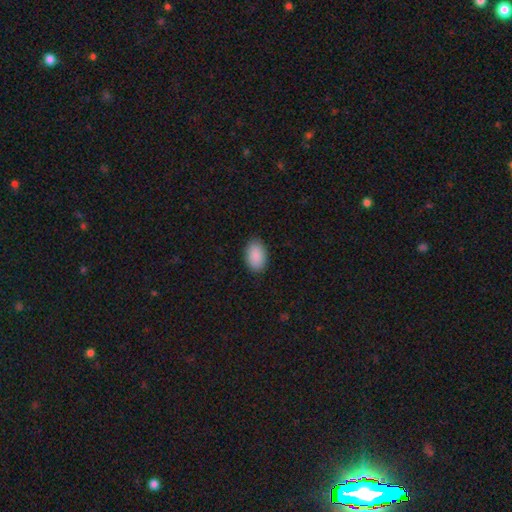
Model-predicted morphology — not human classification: Smooth or featured?
  - smooth: 91% *
  - star or artifact: 6%
  - featured or disk: 3%
How rounded?
  - in between: 93% *
  - round: 6%
  - cigar-shaped: 1%
Merging?
  - none: 89% *
  - minor disturbance: 8%
  - major disturbance: 2%
  - merger: 1%